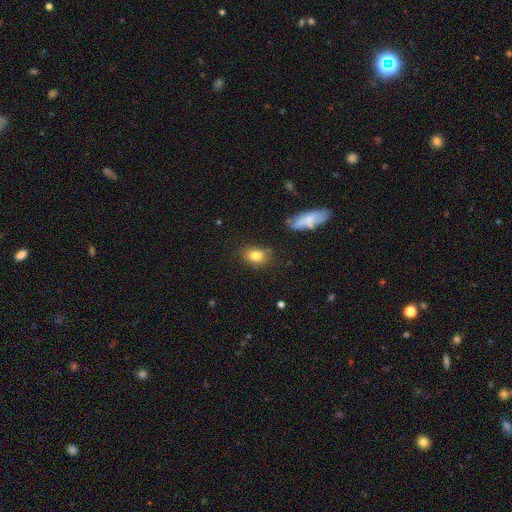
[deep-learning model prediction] Smooth or featured? Predicted: smooth (p=0.80). How rounded? Predicted: in between (p=0.61). Merging? Predicted: none (p=0.75).